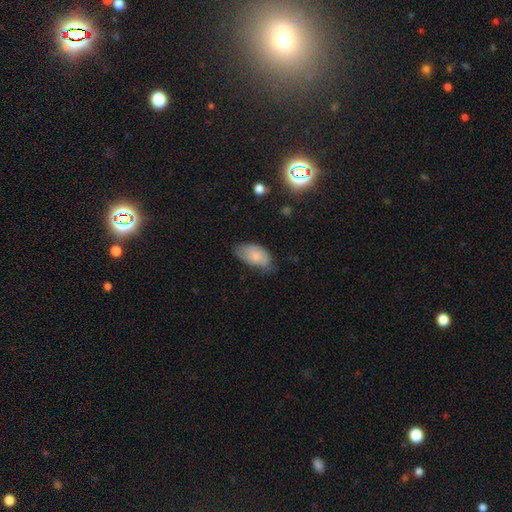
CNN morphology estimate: type=smooth (77%); roundness=in between (94%); merging=none (57%).